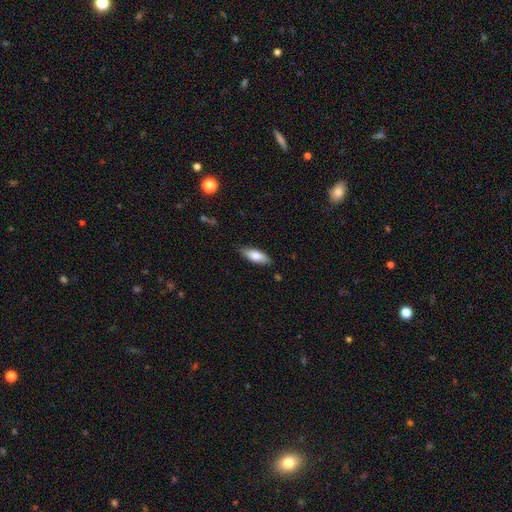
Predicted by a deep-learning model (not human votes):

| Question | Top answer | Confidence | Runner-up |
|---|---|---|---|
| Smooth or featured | smooth | 79% | featured or disk (15%) |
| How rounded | in between | 70% | cigar-shaped (28%) |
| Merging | none | 82% | minor disturbance (14%) |